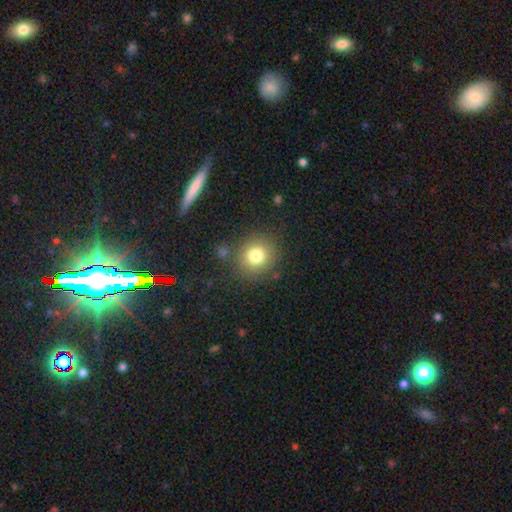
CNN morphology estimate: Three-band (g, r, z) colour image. It shows a smooth galaxy with no disk features (79%) that is round (86%). Merging: none (81%).